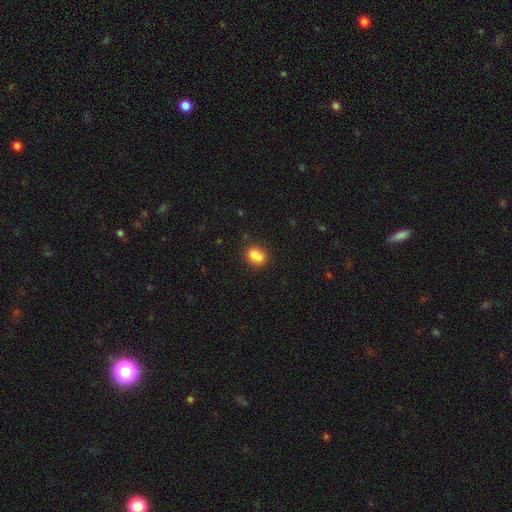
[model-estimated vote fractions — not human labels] Smooth or featured: smooth — 78% (featured or disk — 13%)
How rounded: in between — 57% (round — 40%)
Merging: none — 46% (merger — 35%)